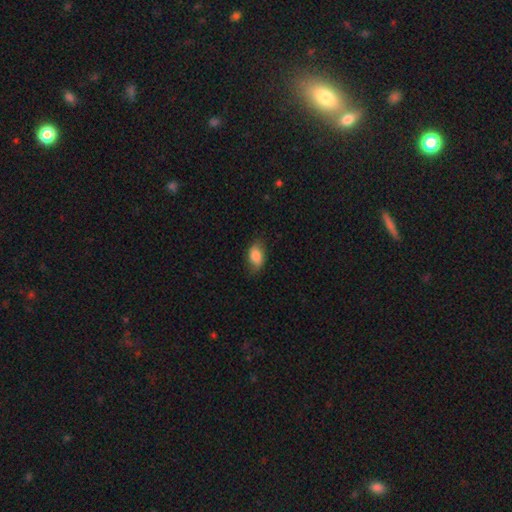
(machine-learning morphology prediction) type=smooth (80%); roundness=in between (89%); merging=none (69%).